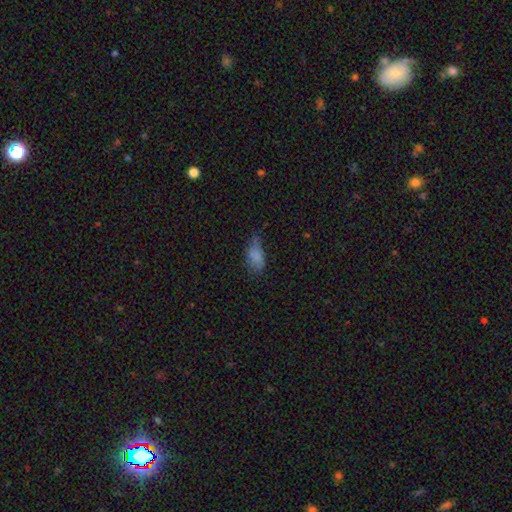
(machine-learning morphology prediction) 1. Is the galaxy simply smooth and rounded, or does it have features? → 73% smooth, 14% featured or disk, 12% star or artifact.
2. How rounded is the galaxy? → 87% in between, 9% cigar-shaped, 4% round.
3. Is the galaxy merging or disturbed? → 40% minor disturbance, 33% none, 24% major disturbance, 3% merger.